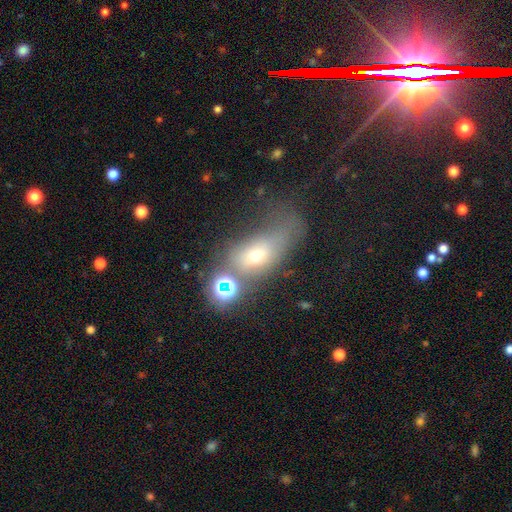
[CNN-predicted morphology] Overall: smooth (52%; featured or disk 26%). How rounded: in between (68%). Merging: major disturbance (38%; none 23%).